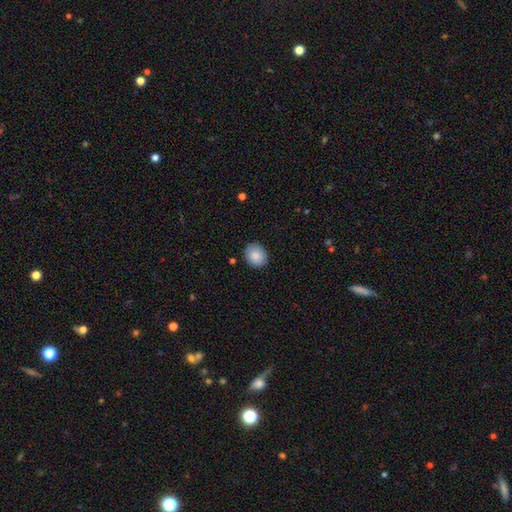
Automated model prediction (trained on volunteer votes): Smooth or featured? Predicted: smooth (p=0.87). How rounded? Predicted: round (p=0.60). Merging? Predicted: none (p=0.88).